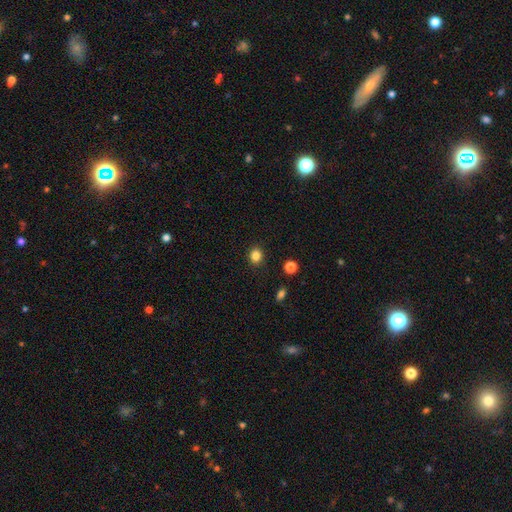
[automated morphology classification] Smooth or featured: smooth — 84% (star or artifact — 12%)
How rounded: round — 78% (in between — 21%)
Merging: none — 90% (minor disturbance — 6%)